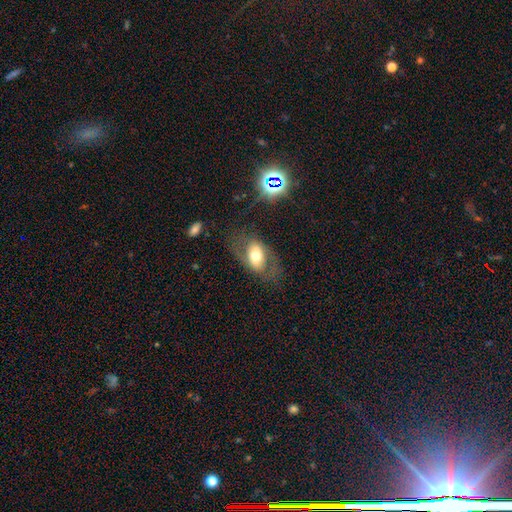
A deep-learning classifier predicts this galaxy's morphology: Q: Smooth or featured?
A: featured or disk (48%); runner-up: smooth (42%)
Q: Merging?
A: none (65%); runner-up: minor disturbance (17%)